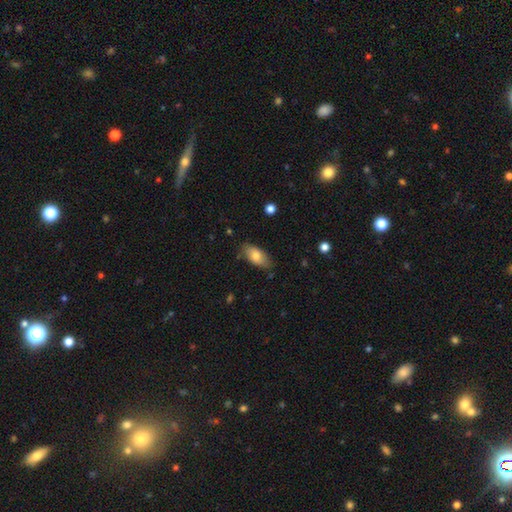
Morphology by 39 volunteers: Overall: smooth (69%). How rounded: in between (96%). Merging: none (83%).